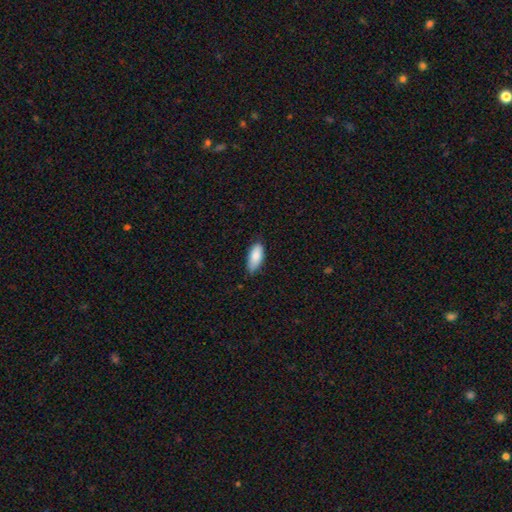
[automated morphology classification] Smooth or featured? smooth (86%)
How rounded? in between (85%)
Merging? none (74%)